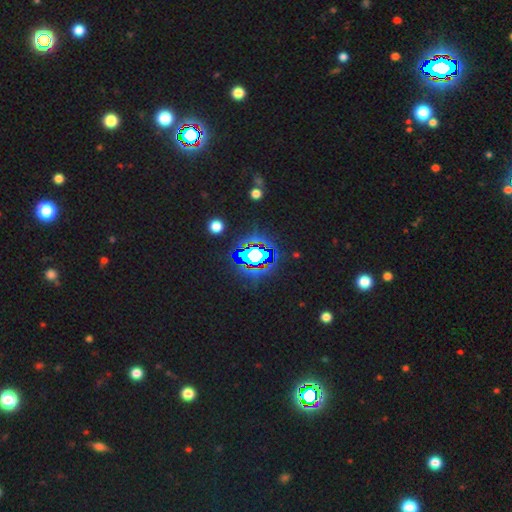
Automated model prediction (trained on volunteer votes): This is likely a star or artifact rather than a galaxy (69%).